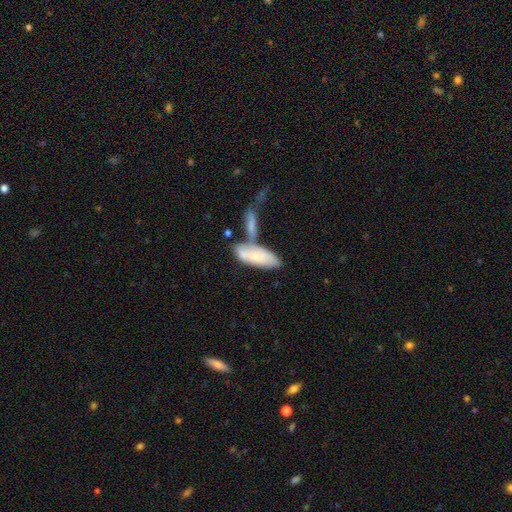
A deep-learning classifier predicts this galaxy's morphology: This appears to be a smooth galaxy with no disk features (67%) that is in between round and cigar-shaped (67%). Merging: merger (48%).